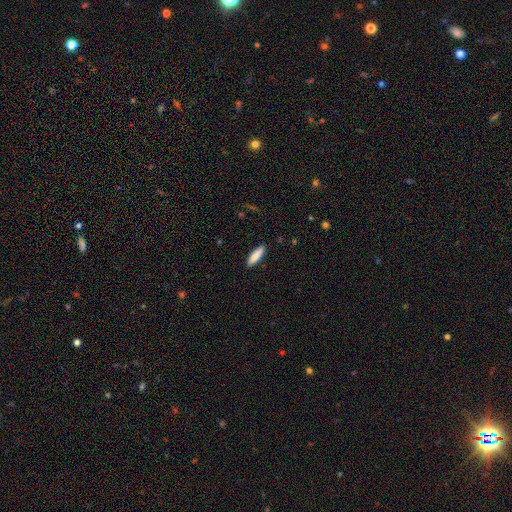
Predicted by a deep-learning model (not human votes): A smooth galaxy with no disk features (85%) that is cigar-shaped (63%). Merging: none (89%).